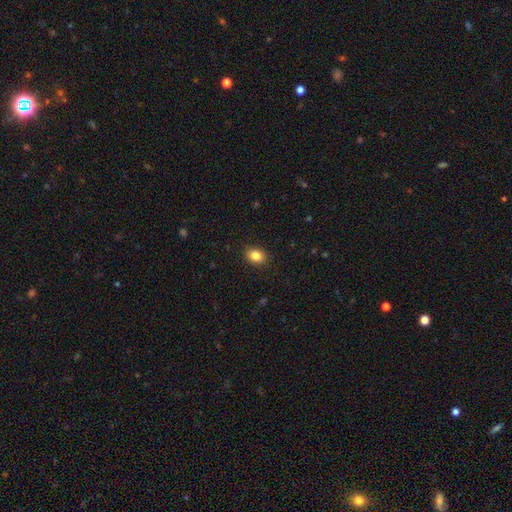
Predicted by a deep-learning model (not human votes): smooth 85%, star or artifact 10%, featured or disk 6%. Down the decision tree: how rounded — in between (61%); merging — none (90%).